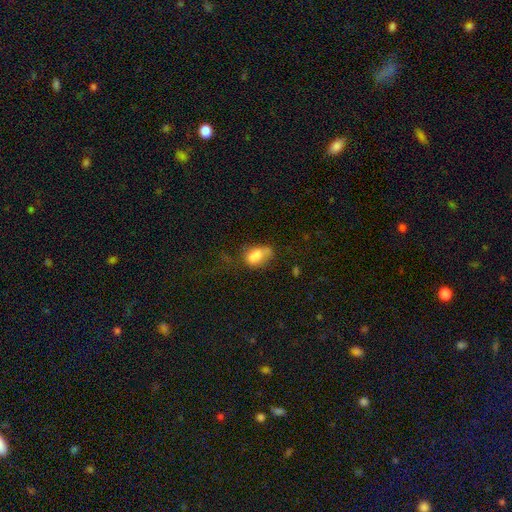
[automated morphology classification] A smooth galaxy with no disk features (66%) that is in between round and cigar-shaped (81%). Merging: merger (29%, tied with none).